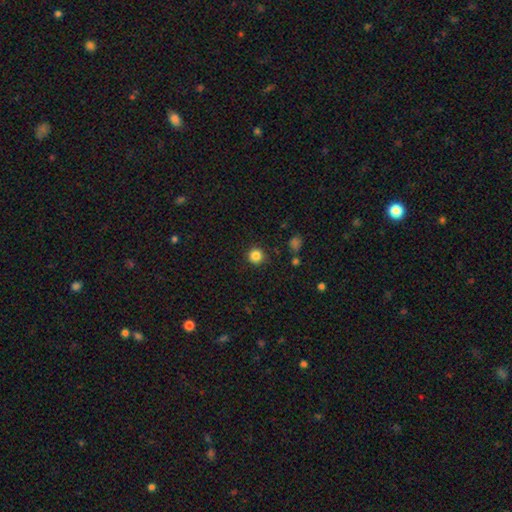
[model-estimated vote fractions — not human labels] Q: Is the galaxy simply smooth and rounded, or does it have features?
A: smooth — 85%.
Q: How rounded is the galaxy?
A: round — 95%.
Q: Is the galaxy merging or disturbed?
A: none — 90%.